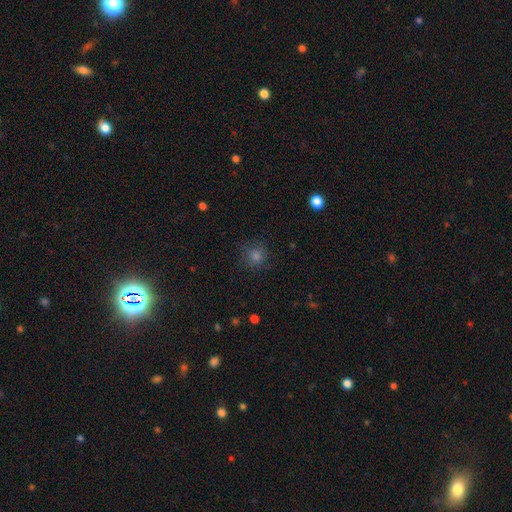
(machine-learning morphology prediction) Overall: smooth (70%). How rounded: round (91%). Merging: none (84%).